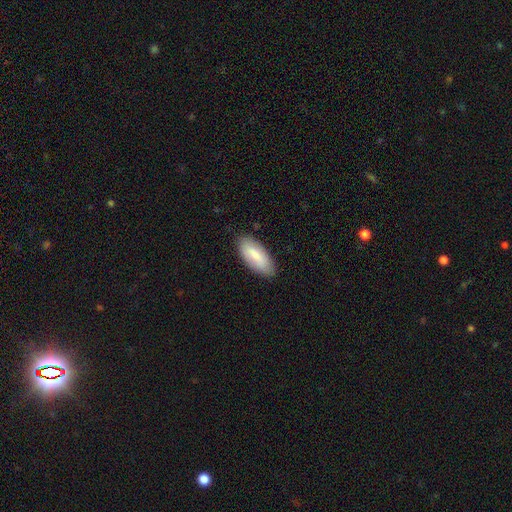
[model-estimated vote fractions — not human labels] Morphology: type=smooth (77%); roundness=in between (86%); merging=none (84%).